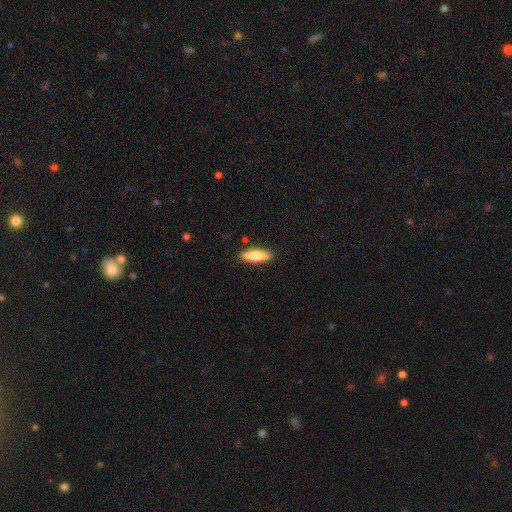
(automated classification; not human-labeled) Morphology: type=smooth (72%); roundness=cigar-shaped (54%); merging=none (88%).